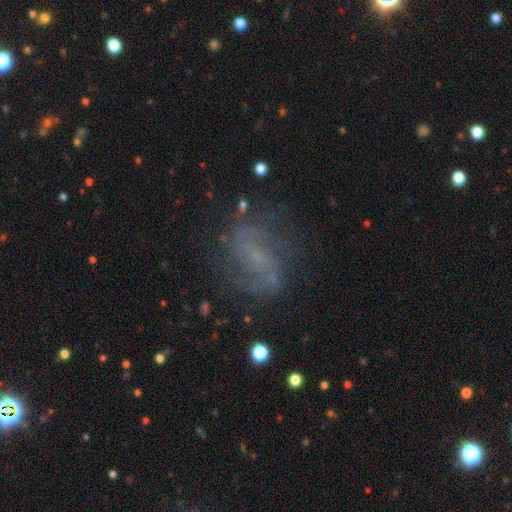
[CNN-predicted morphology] Smooth or featured?
  - featured or disk: 68% *
  - smooth: 18%
  - star or artifact: 14%
Edge-on disk?
  - no: 96% *
  - yes: 4%
Bar?
  - no: 42% *
  - weak: 41%
  - strong: 17%
Spiral arms?
  - yes: 85% *
  - no: 15%
Spiral winding?
  - loose: 46% *
  - medium: 37%
  - tight: 17%
Spiral arm count?
  - 2: 75% *
  - can't tell: 14%
  - 1: 4%
  - 3: 3%
  - 4: 2%
  - more than 4: 2%
Bulge size?
  - none: 48% *
  - small: 38%
  - moderate: 10%
  - large: 2%
  - dominant: 1%
Merging?
  - none: 68% *
  - minor disturbance: 18%
  - major disturbance: 12%
  - merger: 2%